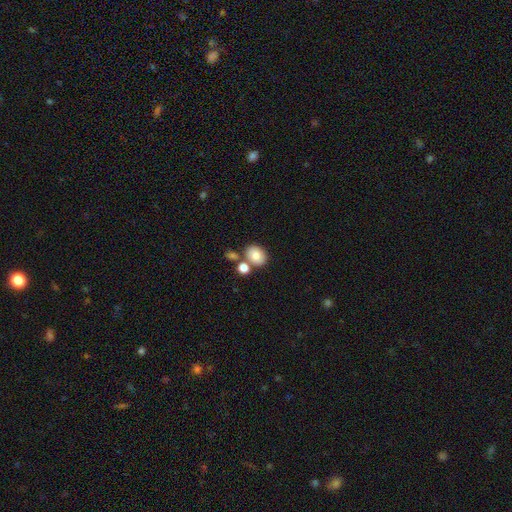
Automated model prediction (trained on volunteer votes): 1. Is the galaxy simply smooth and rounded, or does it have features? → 80% smooth, 10% featured or disk, 9% star or artifact.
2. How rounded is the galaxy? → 58% in between, 41% round, 1% cigar-shaped.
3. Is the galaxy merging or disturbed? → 62% none, 23% merger, 11% minor disturbance, 4% major disturbance.